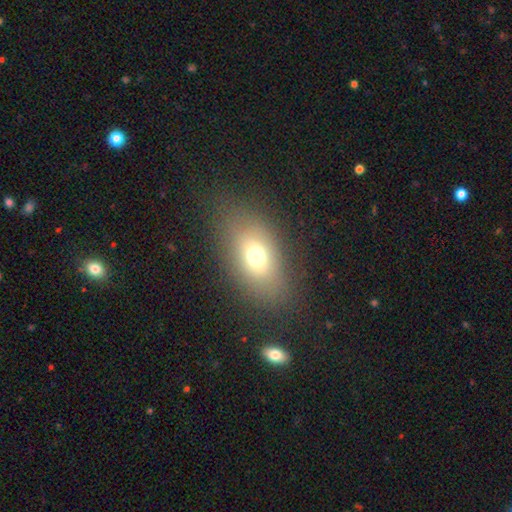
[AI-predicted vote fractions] A smooth galaxy with no disk features (67%) that is in between round and cigar-shaped (83%).

Vote fractions:
- Smooth or featured? smooth: 67% / featured or disk: 20% / star or artifact: 13%
- How rounded? in between: 83% / round: 13% / cigar-shaped: 4%
- Merging? none: 78% / minor disturbance: 13% / major disturbance: 7% / merger: 2%